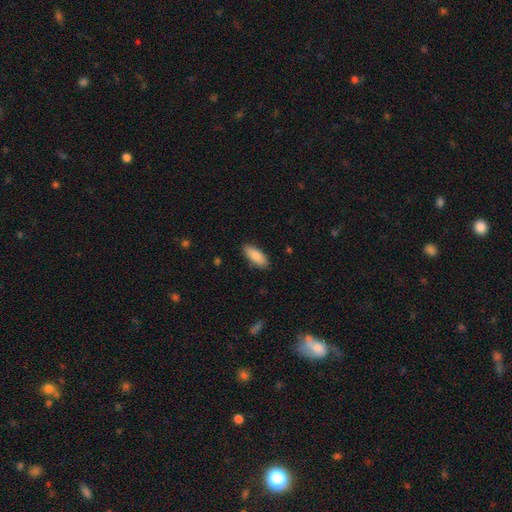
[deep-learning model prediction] Morphology: type=smooth (88%); roundness=in between (78%); merging=none (87%).